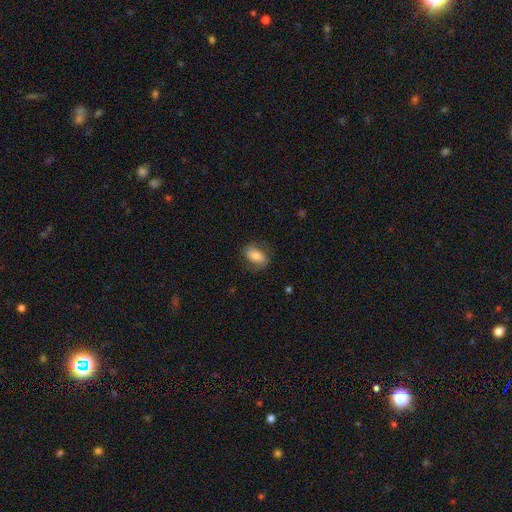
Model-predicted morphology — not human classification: The model was most divided on "smooth or featured": smooth: 72%, featured or disk: 21%, star or artifact: 7%. More confident: how rounded — in between (87%); merging — none (75%).